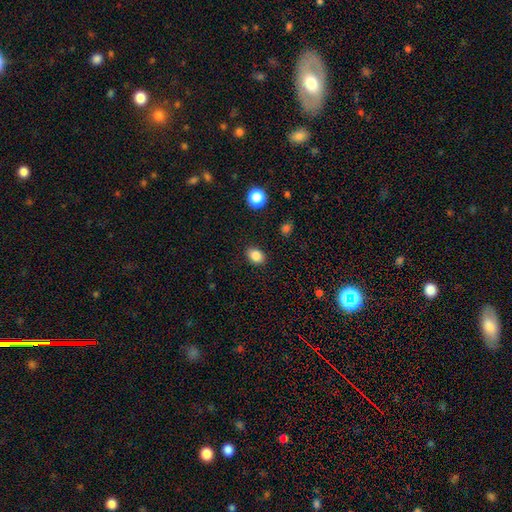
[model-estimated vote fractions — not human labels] The model was most divided on "how rounded": in between: 64%, round: 35%, cigar-shaped: 1%. More confident: merging — none (88%); smooth or featured — smooth (84%).